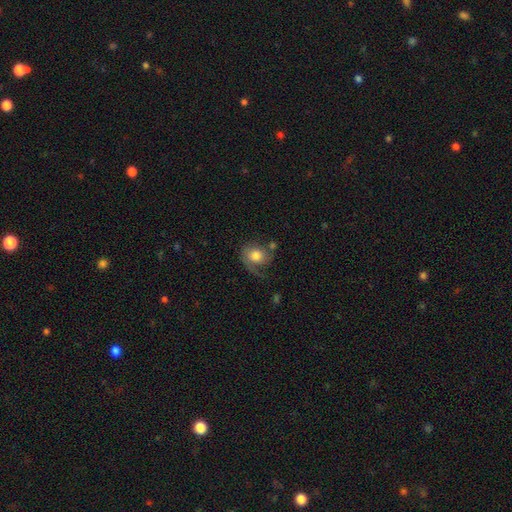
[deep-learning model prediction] A smooth galaxy with no disk features (50%). Merging: none (44%).